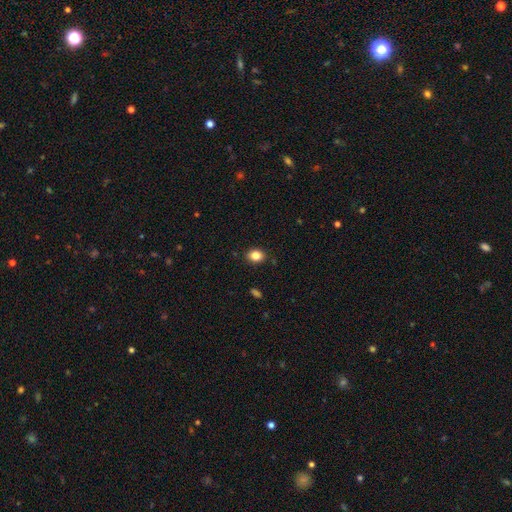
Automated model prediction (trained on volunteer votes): Smooth or featured? smooth (84%)
How rounded? in between (56%)
Merging? none (88%)